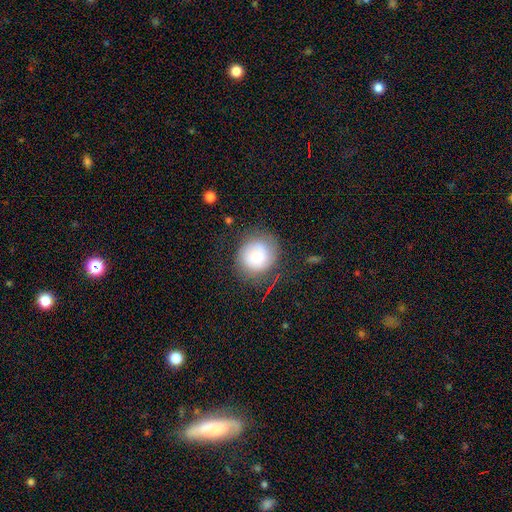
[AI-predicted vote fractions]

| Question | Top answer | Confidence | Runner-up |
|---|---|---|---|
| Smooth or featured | smooth | 65% | featured or disk (26%) |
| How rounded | round | 87% | in between (12%) |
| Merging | none | 72% | minor disturbance (17%) |